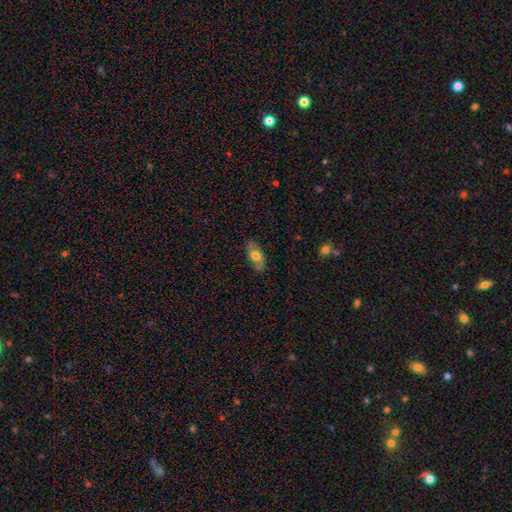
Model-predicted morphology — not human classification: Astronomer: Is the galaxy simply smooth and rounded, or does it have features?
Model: smooth — 60%.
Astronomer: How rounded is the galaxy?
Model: in between — 87%.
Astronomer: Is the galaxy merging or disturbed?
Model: none — 79%.